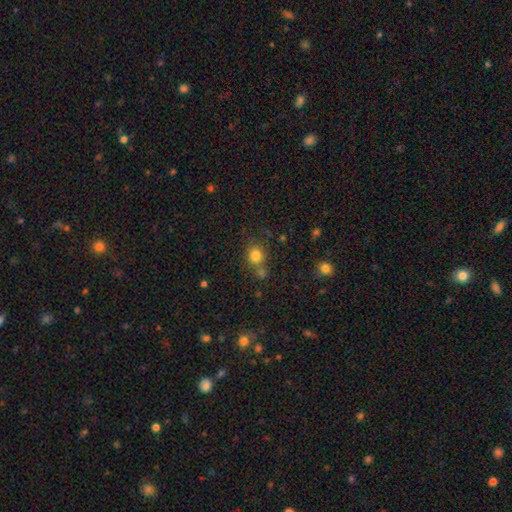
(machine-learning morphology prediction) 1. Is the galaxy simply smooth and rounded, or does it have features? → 80% smooth, 13% star or artifact, 7% featured or disk.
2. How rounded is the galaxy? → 81% round, 18% in between, 1% cigar-shaped.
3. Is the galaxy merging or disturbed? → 63% none, 21% merger, 12% minor disturbance, 5% major disturbance.